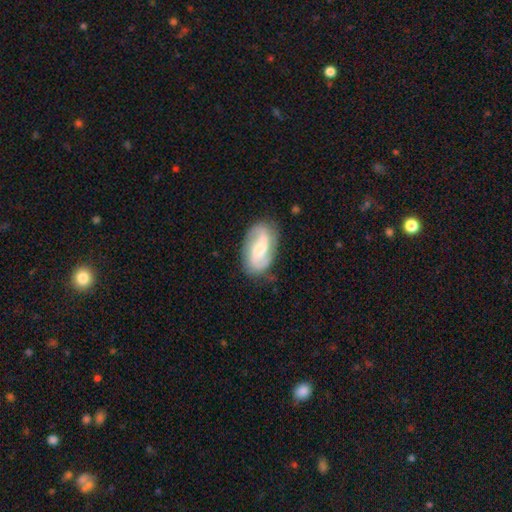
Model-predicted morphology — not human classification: featured or disk 73%, smooth 21%, star or artifact 6%. Down the decision tree: edge-on disk — no (97%); bar — weak (49%); spiral arms — yes (93%); spiral arm count — 2 (87%); spiral winding — medium (46%); bulge size — moderate (46%); merging — none (76%).